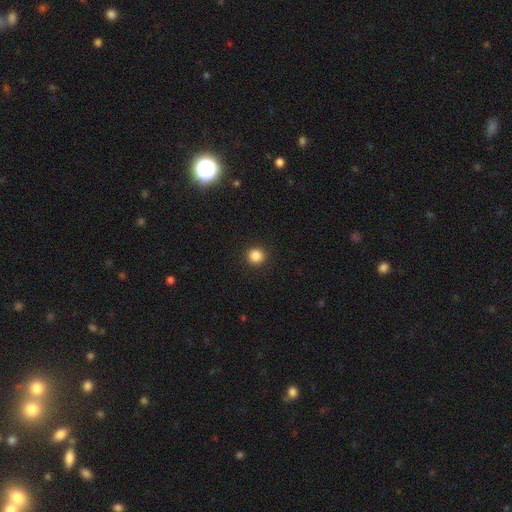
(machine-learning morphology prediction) This is clearly a smooth galaxy (86%). How rounded: clearly round (92%). Merging: clearly none (93%).